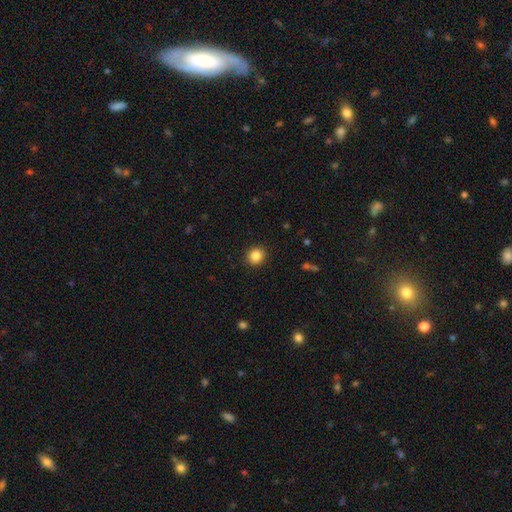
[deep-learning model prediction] Smooth or featured? Predicted: smooth (p=0.85). How rounded? Predicted: round (p=0.87). Merging? Predicted: none (p=0.91).